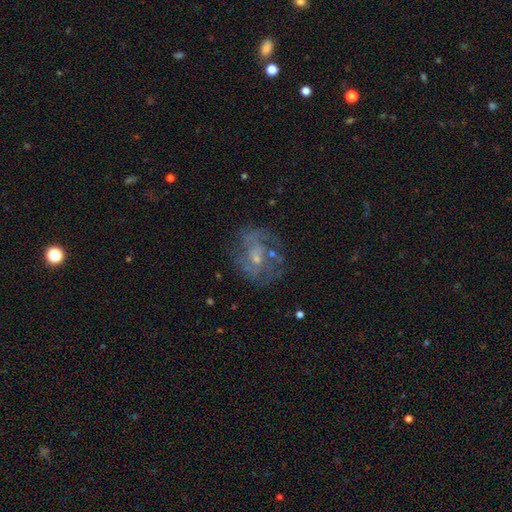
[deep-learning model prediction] A featured or disk galaxy (70%) with no bar (61%), spiral arms (70%) and a small central bulge (62%).

Vote fractions:
- Smooth or featured? featured or disk: 70% / smooth: 19% / star or artifact: 12%
- Edge-on disk? no: 97% / yes: 3%
- Bar? no: 61% / weak: 33% / strong: 6%
- Spiral arms? yes: 70% / no: 30%
- Bulge size? small: 62% / moderate: 26% / none: 10% / large: 2% / dominant: 1%
- Merging? none: 61% / minor disturbance: 18% / major disturbance: 17% / merger: 4%